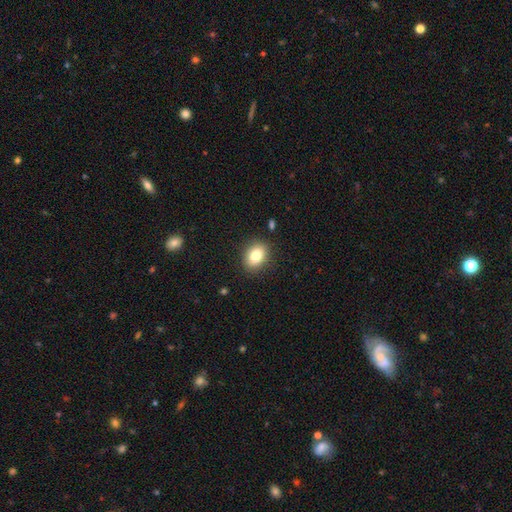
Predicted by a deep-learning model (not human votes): Overall: smooth (81%). How rounded: in between (67%; round 32%). Merging: none (87%).